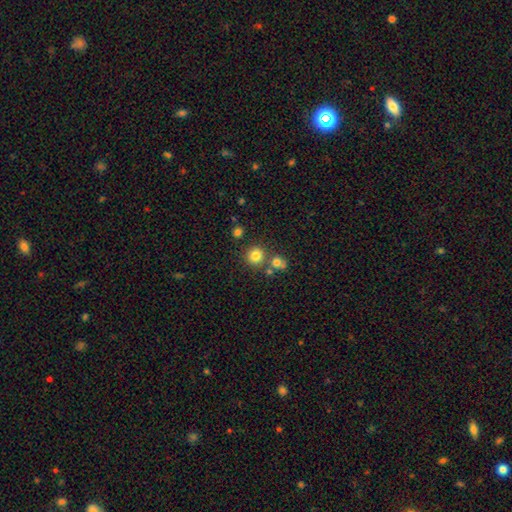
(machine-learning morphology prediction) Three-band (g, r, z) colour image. It shows a smooth galaxy with no disk features (80%) that is round (92%). Merging: none (74%).